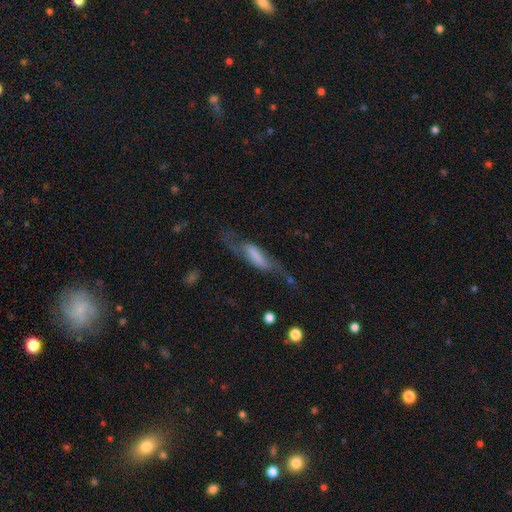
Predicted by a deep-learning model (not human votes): Smooth or featured?
  - featured or disk: 58% *
  - smooth: 34%
  - star or artifact: 8%
Edge-on disk?
  - no: 66% *
  - yes: 34%
Merging?
  - none: 46% *
  - major disturbance: 27%
  - minor disturbance: 23%
  - merger: 4%